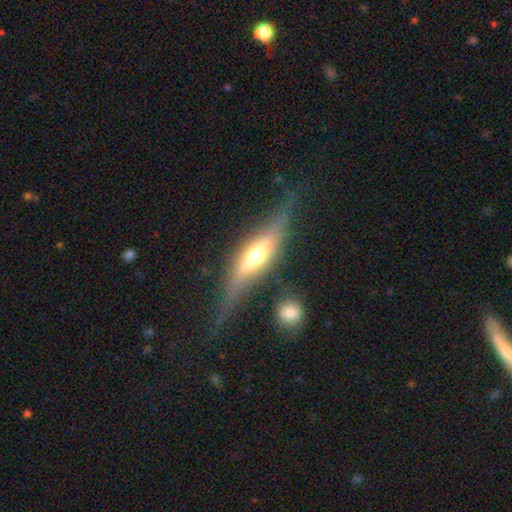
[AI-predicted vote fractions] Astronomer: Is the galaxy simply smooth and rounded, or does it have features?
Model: featured or disk — 75%.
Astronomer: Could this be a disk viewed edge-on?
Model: yes — 93%.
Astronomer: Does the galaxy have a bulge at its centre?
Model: rounded — 84%.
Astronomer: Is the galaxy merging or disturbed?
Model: none — 71%.